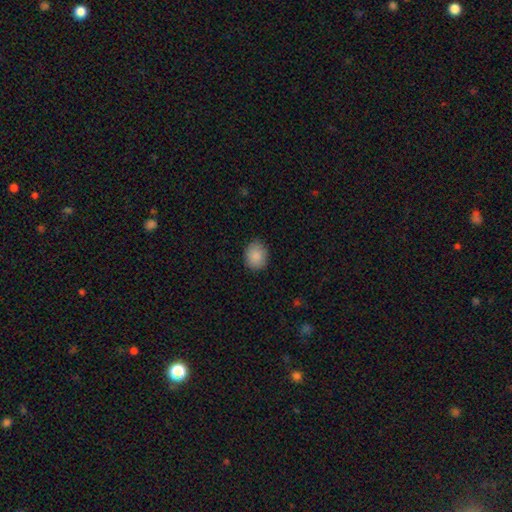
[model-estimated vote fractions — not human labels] Morphology: type=smooth (88%); roundness=round (61%); merging=none (86%).